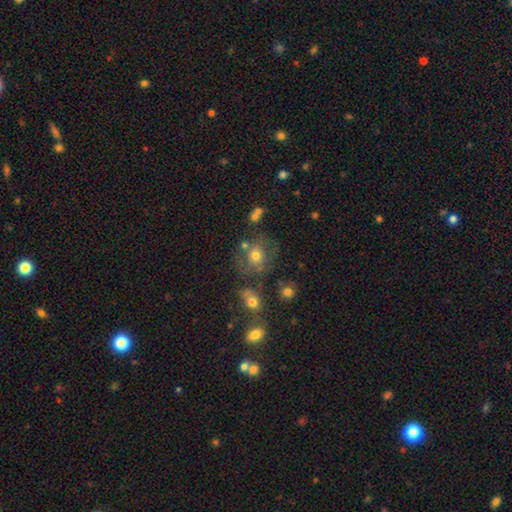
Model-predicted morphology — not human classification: Q: Smooth or featured?
A: smooth (62%); runner-up: featured or disk (23%)
Q: How rounded?
A: round (77%); runner-up: in between (22%)
Q: Merging?
A: none (59%); runner-up: minor disturbance (17%)